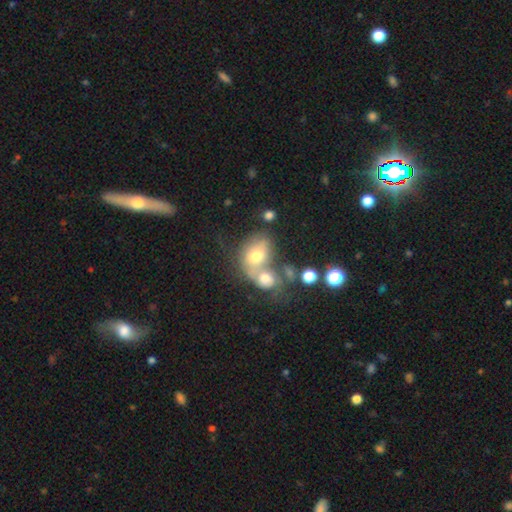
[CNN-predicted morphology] A smooth galaxy with no disk features (61%) that is in between round and cigar-shaped (56%).

Vote fractions:
- Smooth or featured? smooth: 61% / featured or disk: 27% / star or artifact: 12%
- How rounded? in between: 56% / round: 42% / cigar-shaped: 1%
- Merging? merger: 59% / none: 22% / minor disturbance: 10% / major disturbance: 9%